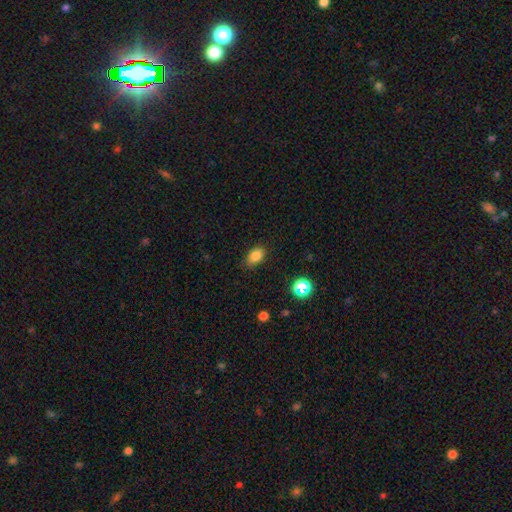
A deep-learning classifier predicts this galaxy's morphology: The model was most divided on "merging": none: 82%, minor disturbance: 14%, major disturbance: 3%, merger: 1%. More confident: how rounded — in between (84%); smooth or featured — smooth (83%).